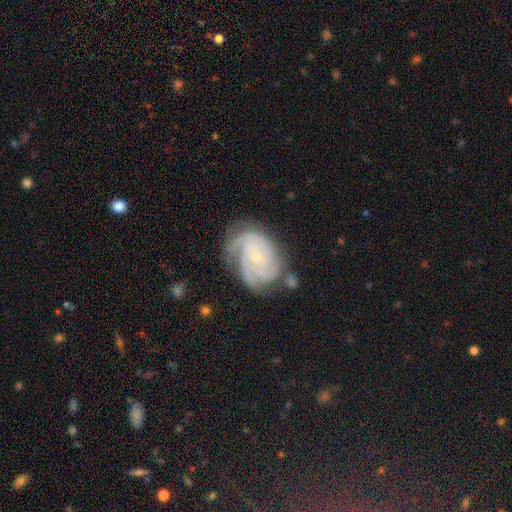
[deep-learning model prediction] Smooth or featured? featured or disk (86%)
Edge-on disk? no (97%)
Bar? no (72%)
Spiral arms? yes (98%)
Spiral winding? tight (69%)
Spiral arm count? 3 (39%)
Bulge size? small (77%)
Merging? none (66%)